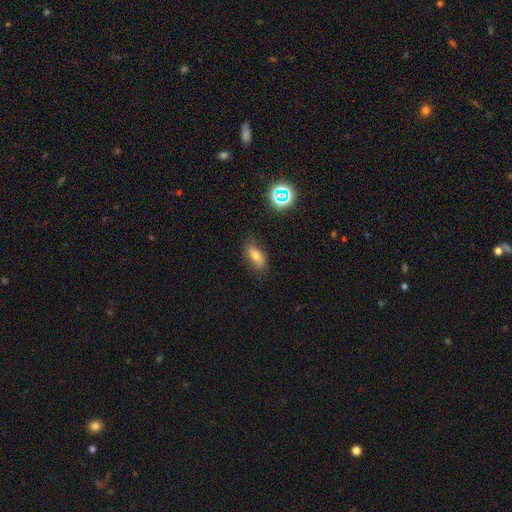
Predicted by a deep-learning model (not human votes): A smooth galaxy with no disk features (61%) that is in between round and cigar-shaped (83%). Merging: none (70%).